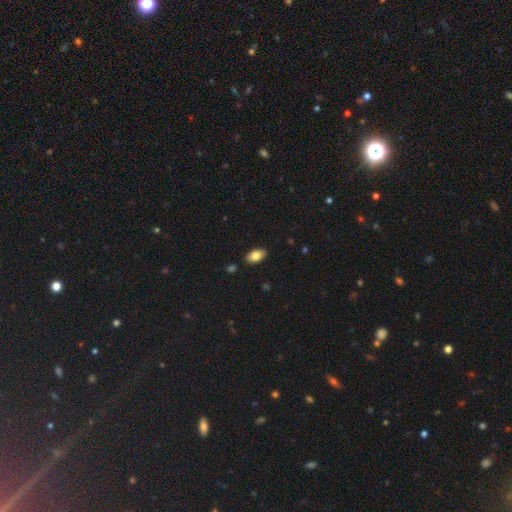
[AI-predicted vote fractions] smooth-or-featured: smooth: 82% | featured or disk: 11% | star or artifact: 7%
  how-rounded: in between: 93% | round: 5% | cigar-shaped: 2%
  merging: none: 88% | minor disturbance: 9% | major disturbance: 2% | merger: 1%